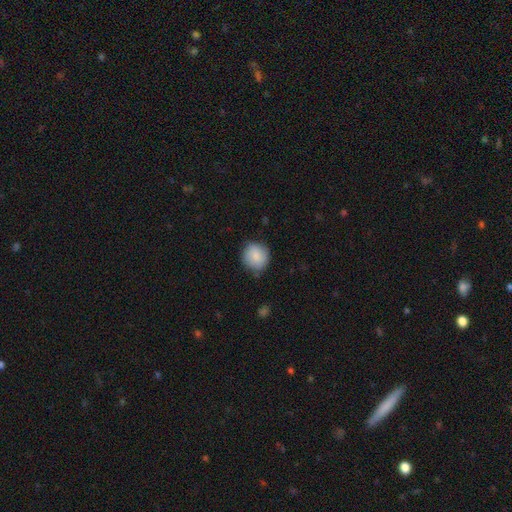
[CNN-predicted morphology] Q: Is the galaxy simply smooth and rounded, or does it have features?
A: smooth — 84%.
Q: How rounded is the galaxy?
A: round — 89%.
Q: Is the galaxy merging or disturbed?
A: none — 79%.